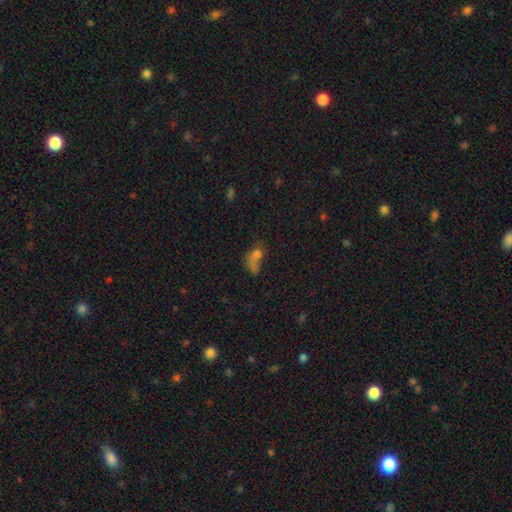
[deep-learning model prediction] This appears to be a smooth galaxy with no disk features (55%) that is in between round and cigar-shaped (66%). Merging: merger (29%).